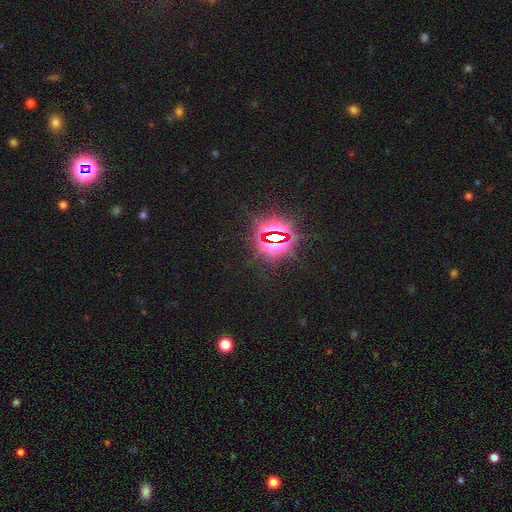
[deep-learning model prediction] Overall: star or artifact (81%).